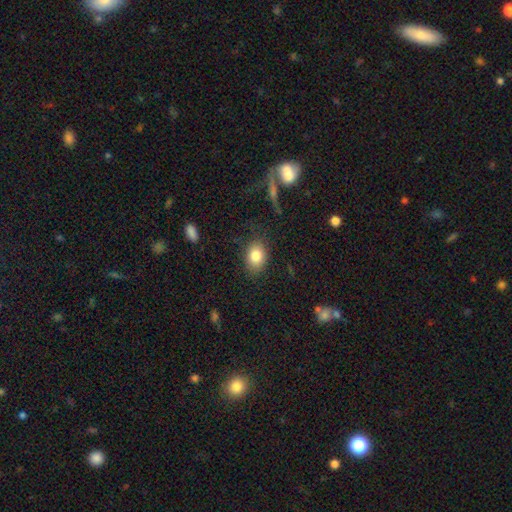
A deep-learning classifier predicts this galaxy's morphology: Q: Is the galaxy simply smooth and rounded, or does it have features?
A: smooth — 82%.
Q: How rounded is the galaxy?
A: in between — 73%.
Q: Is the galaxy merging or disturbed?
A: none — 80%.